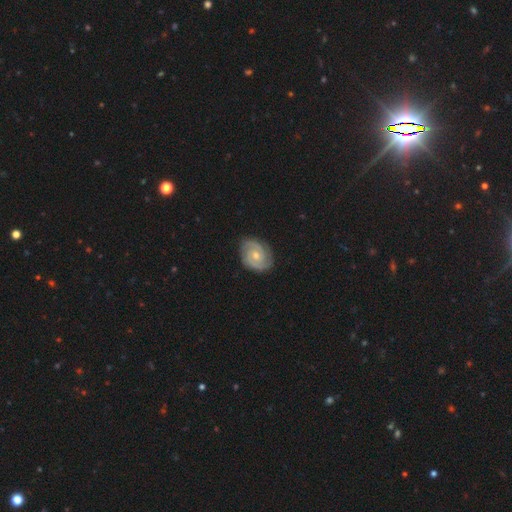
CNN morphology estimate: Smooth or featured: featured or disk — 89% (smooth — 7%)
Edge-on disk: no — 98% (yes — 2%)
Bar: no — 66% (weak — 28%)
Spiral arms: yes — 98% (no — 2%)
Spiral winding: tight — 69% (medium — 27%)
Spiral arm count: 2 — 78% (3 — 11%)
Bulge size: moderate — 51% (small — 46%)
Merging: none — 84% (minor disturbance — 12%)